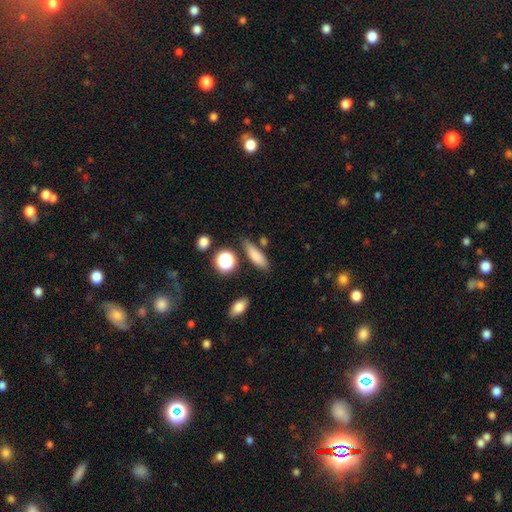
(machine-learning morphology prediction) smooth-or-featured: smooth: 80% | featured or disk: 10% | star or artifact: 10%
  how-rounded: cigar-shaped: 48% | in between: 45% | round: 6%
  merging: none: 74% | minor disturbance: 14% | merger: 7% | major disturbance: 4%